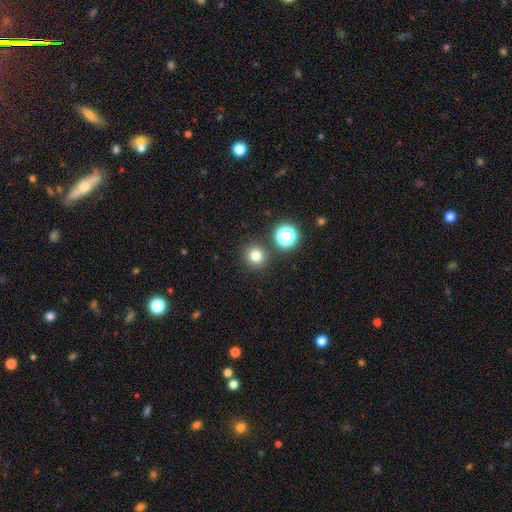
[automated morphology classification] smooth-or-featured: smooth: 75% | star or artifact: 18% | featured or disk: 7%
  how-rounded: round: 92% | in between: 7% | cigar-shaped: 1%
  merging: none: 85% | minor disturbance: 7% | merger: 5% | major disturbance: 3%